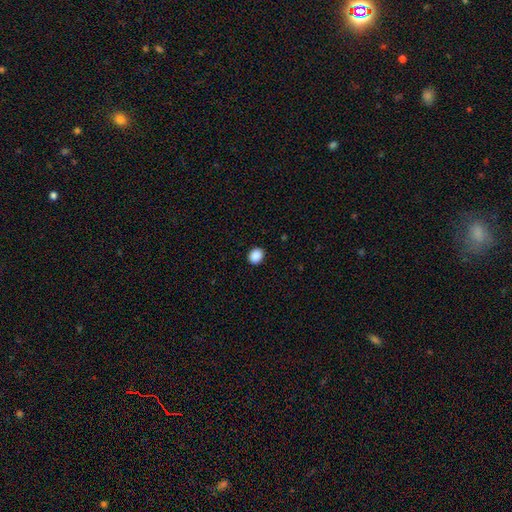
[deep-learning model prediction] A smooth galaxy with no disk features (89%) that is round (60%).

Vote fractions:
- Smooth or featured? smooth: 89% / star or artifact: 9% / featured or disk: 2%
- How rounded? round: 60% / in between: 39% / cigar-shaped: 1%
- Merging? none: 91% / minor disturbance: 6% / major disturbance: 2% / merger: 1%